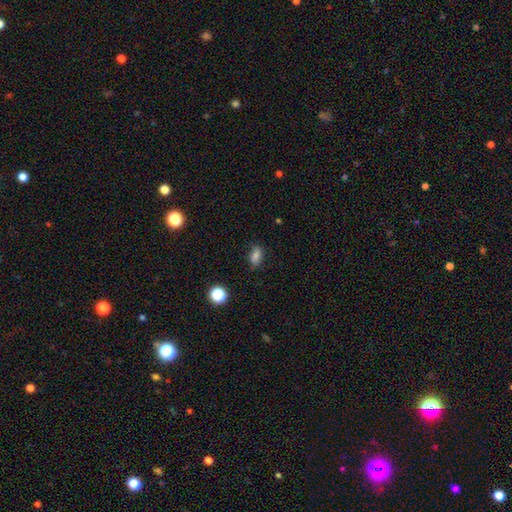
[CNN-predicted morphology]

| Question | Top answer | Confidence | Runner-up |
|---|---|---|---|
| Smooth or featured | smooth | 77% | star or artifact (12%) |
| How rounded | in between | 82% | round (14%) |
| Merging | none | 80% | minor disturbance (15%) |